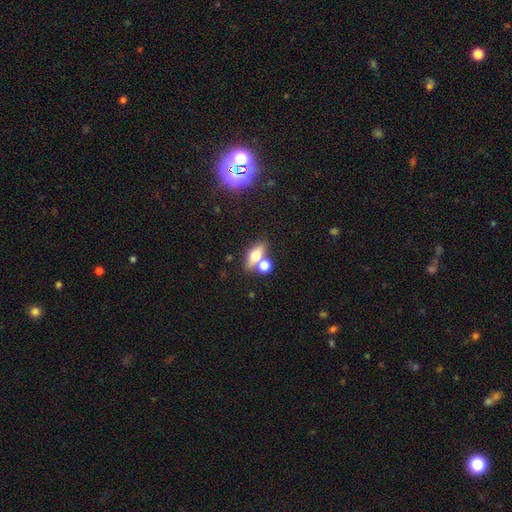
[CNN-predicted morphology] This appears to be a smooth galaxy with no disk features (65%) that is in between round and cigar-shaped (69%). Merging: none (53%).